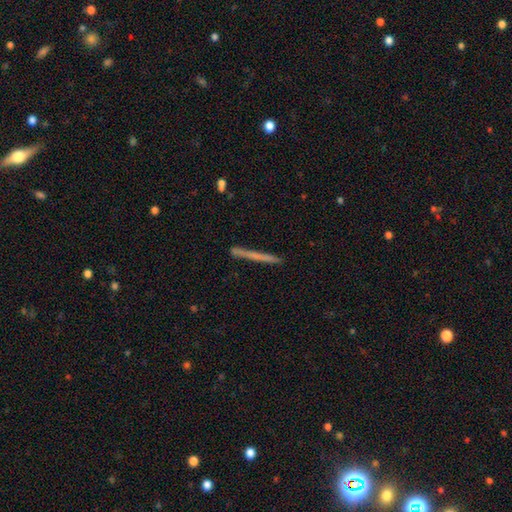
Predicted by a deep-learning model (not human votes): Smooth or featured: smooth — 53% (featured or disk — 40%)
How rounded: cigar-shaped — 97% (in between — 2%)
Merging: none — 89% (minor disturbance — 8%)